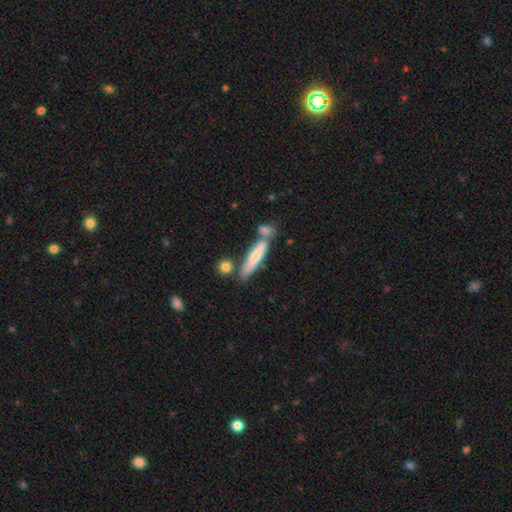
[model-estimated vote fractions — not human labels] Q: Smooth or featured?
A: smooth (66%); runner-up: featured or disk (27%)
Q: How rounded?
A: cigar-shaped (83%); runner-up: in between (15%)
Q: Merging?
A: none (57%); runner-up: merger (23%)